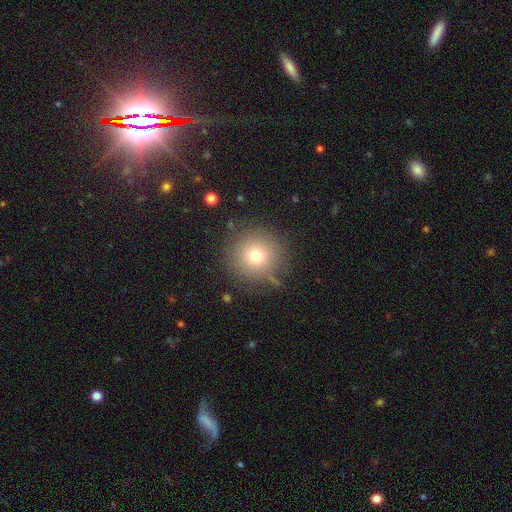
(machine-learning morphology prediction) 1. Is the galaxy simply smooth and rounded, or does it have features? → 73% smooth, 15% star or artifact, 12% featured or disk.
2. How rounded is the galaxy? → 96% round, 4% in between, 1% cigar-shaped.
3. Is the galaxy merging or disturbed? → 84% none, 9% minor disturbance, 4% major disturbance, 3% merger.